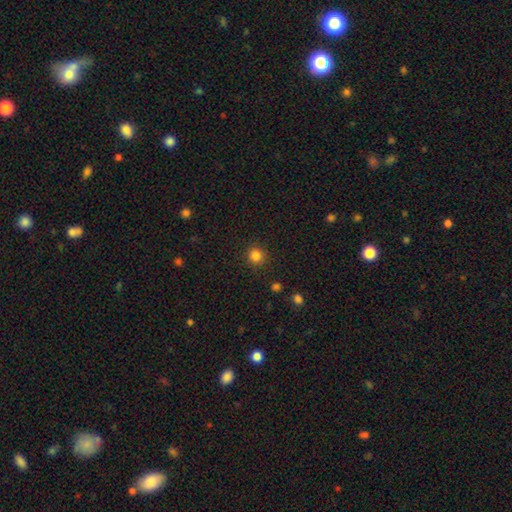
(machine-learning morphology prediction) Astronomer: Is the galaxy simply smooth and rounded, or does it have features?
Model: smooth — 83%.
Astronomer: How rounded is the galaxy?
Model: round — 93%.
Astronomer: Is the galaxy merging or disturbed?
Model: none — 90%.